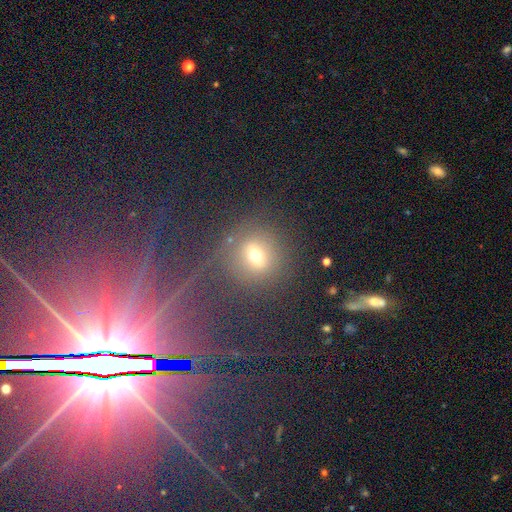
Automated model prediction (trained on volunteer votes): smooth 55%, star or artifact 25%, featured or disk 20%. Down the decision tree: how rounded — round (77%); merging — none (68%).